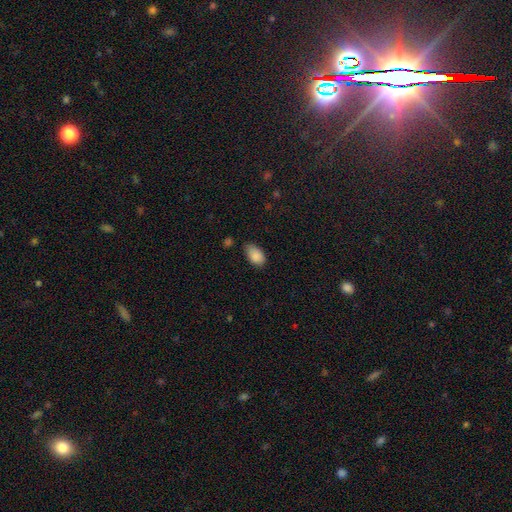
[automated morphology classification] This appears to be a smooth galaxy with no disk features (88%) that is in between round and cigar-shaped (92%). Merging: none (62%).